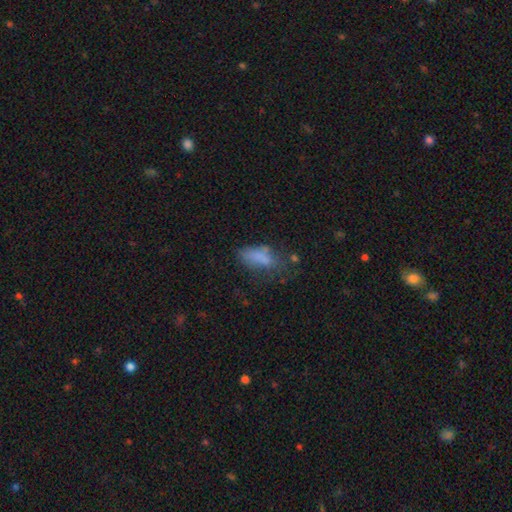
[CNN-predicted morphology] smooth 71%, featured or disk 16%, star or artifact 13%. Down the decision tree: how rounded — in between (66%); merging — none (42%).